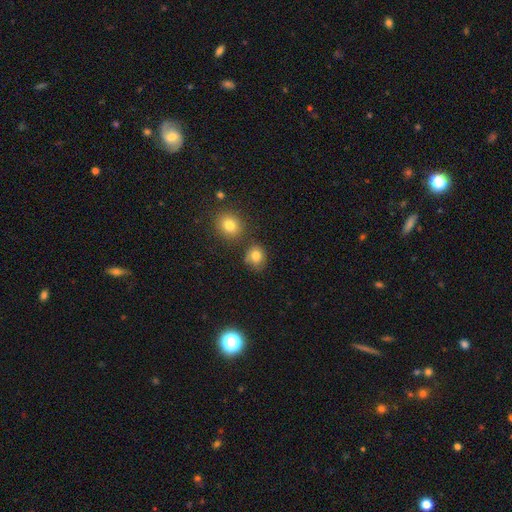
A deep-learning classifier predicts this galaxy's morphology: A smooth galaxy with no disk features (78%) that is round (72%).

Vote fractions:
- Smooth or featured? smooth: 78% / star or artifact: 13% / featured or disk: 9%
- How rounded? round: 72% / in between: 27% / cigar-shaped: 1%
- Merging? none: 69% / minor disturbance: 18% / merger: 8% / major disturbance: 5%